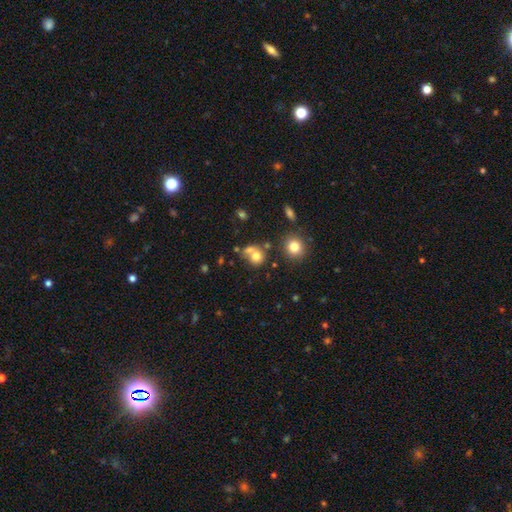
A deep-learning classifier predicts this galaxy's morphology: Overall: smooth (72%). How rounded: round (78%). Merging: merger (41%; none 40%).